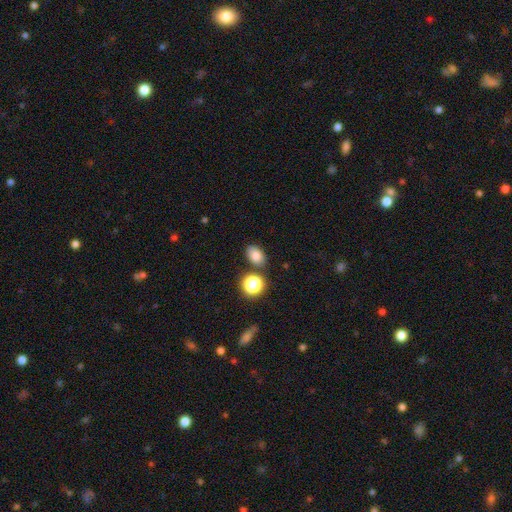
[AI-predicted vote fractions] Overall: smooth (79%). How rounded: in between (76%). Merging: none (79%).